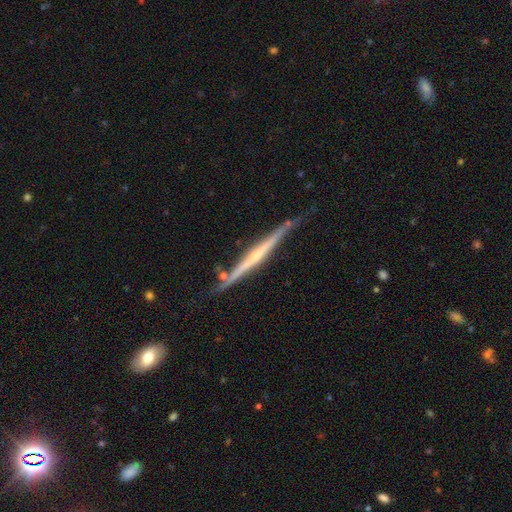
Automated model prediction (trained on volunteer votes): This is likely a featured or disk galaxy (76%). It is clearly viewed edge-on (98%). Edge-on bulge: possibly none (52%). Merging: likely none (75%).